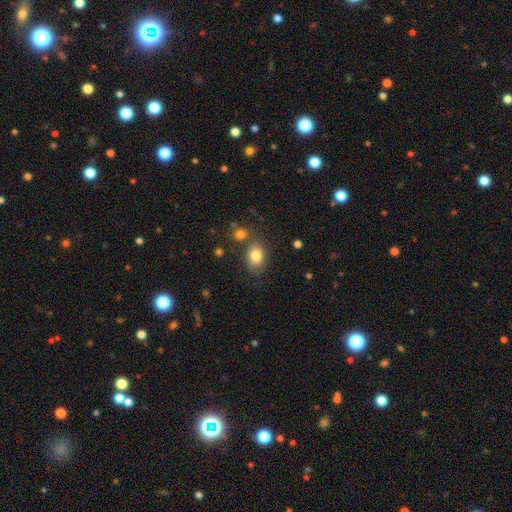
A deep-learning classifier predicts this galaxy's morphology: smooth 81%, featured or disk 9%, star or artifact 9%. Down the decision tree: how rounded — in between (71%); merging — none (70%).